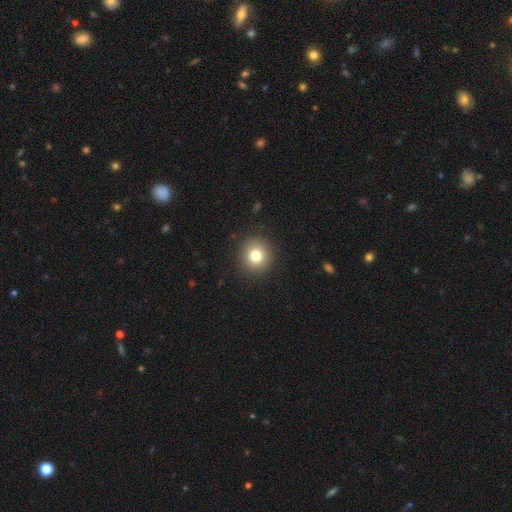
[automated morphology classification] This appears to be a smooth galaxy with no disk features (80%) that is round (91%). Merging: none (91%).